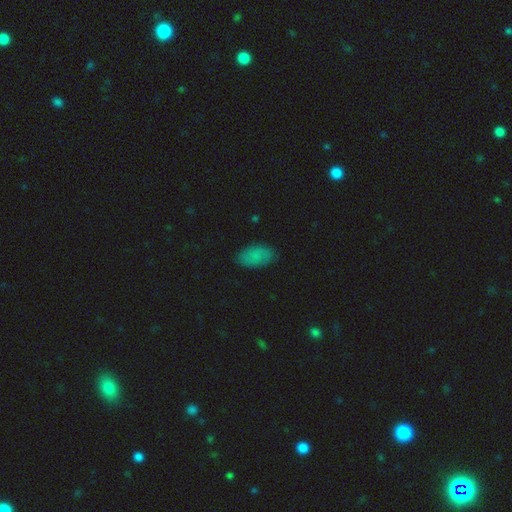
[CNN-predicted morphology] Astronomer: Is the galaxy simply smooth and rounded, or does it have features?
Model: smooth — 80%.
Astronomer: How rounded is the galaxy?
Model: in between — 94%.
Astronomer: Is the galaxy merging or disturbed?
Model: none — 83%.